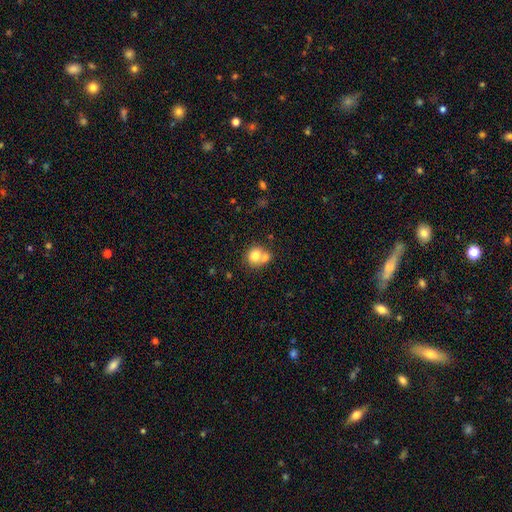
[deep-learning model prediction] Q: Smooth or featured?
A: smooth (75%); runner-up: featured or disk (15%)
Q: How rounded?
A: round (76%); runner-up: in between (23%)
Q: Merging?
A: merger (52%); runner-up: none (37%)